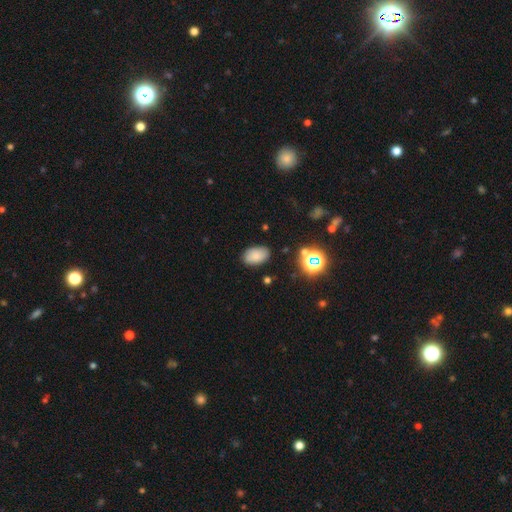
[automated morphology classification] This is clearly a smooth galaxy (80%). How rounded: clearly in between (91%). Merging: clearly none (83%).